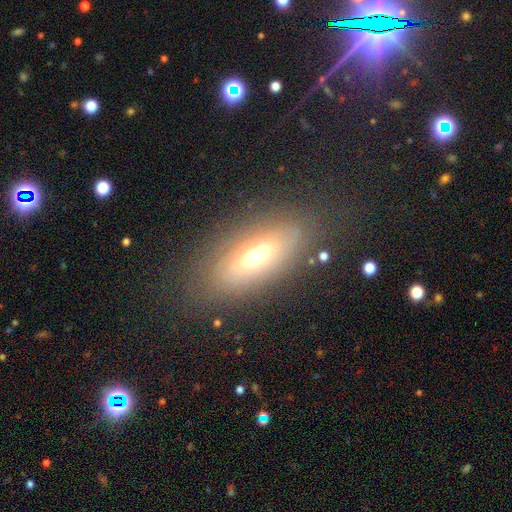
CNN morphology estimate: Overall: smooth (46%; featured or disk 42%). Merging: none (81%).